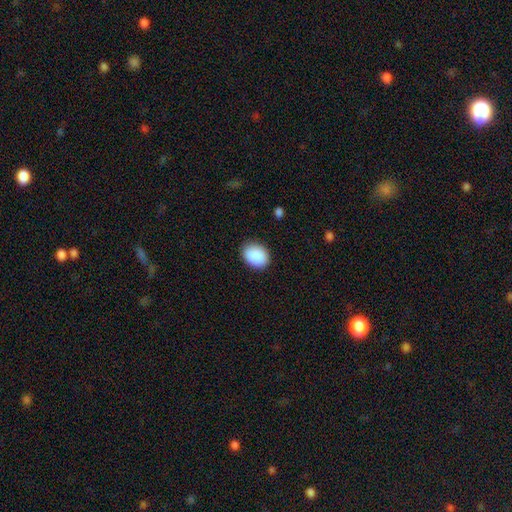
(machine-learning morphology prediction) smooth_or_featured: smooth (p=0.90) [alt: star or artifact p=0.07]
how_rounded: in between (p=0.70) [alt: round p=0.29]
merging: none (p=0.88) [alt: minor disturbance p=0.09]